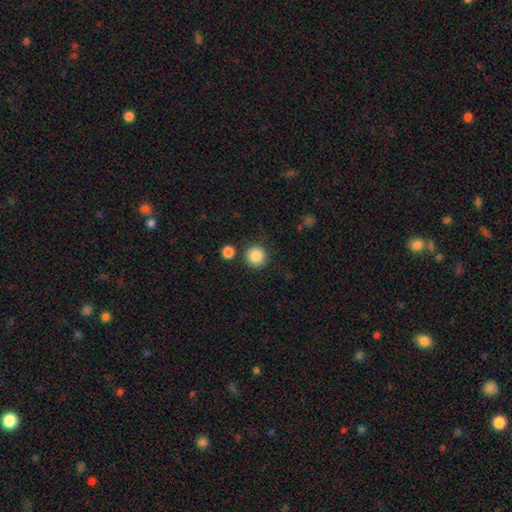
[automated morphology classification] smooth-or-featured: smooth: 87% | star or artifact: 10% | featured or disk: 4%
  how-rounded: round: 95% | in between: 5% | cigar-shaped: 1%
  merging: none: 86% | minor disturbance: 7% | merger: 4% | major disturbance: 3%